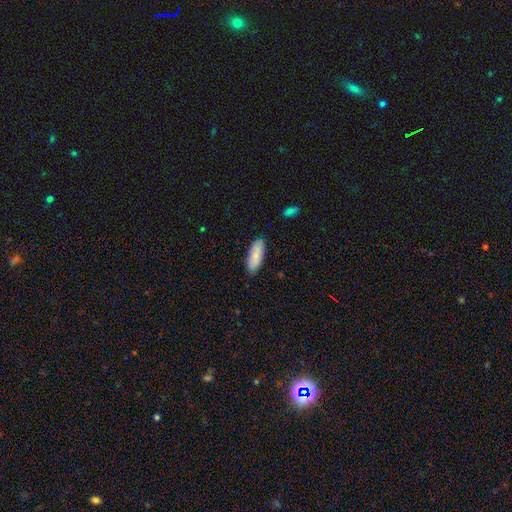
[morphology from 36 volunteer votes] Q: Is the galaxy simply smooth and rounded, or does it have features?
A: smooth — 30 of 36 (83%).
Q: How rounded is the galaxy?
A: in between — 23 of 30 (77%).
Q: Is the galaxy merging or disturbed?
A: none — 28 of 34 (82%).